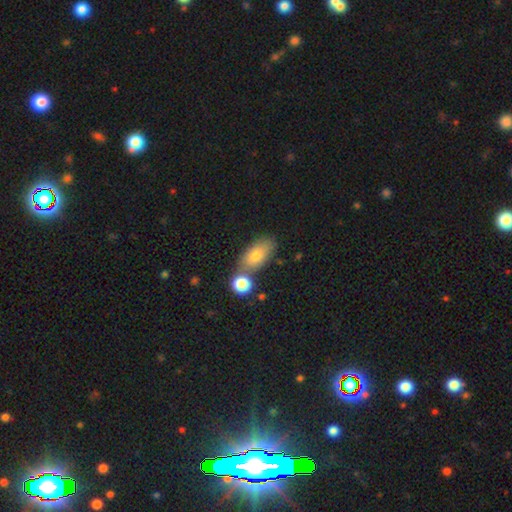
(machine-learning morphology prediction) smooth-or-featured: smooth: 77% | featured or disk: 14% | star or artifact: 9%
  how-rounded: in between: 87% | round: 7% | cigar-shaped: 6%
  merging: none: 62% | merger: 19% | minor disturbance: 14% | major disturbance: 4%